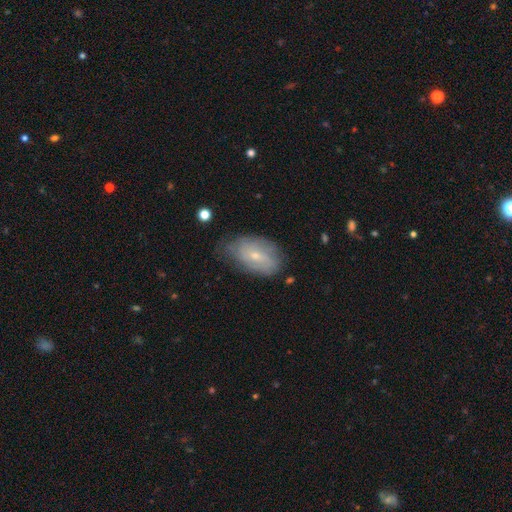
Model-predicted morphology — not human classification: Q: Smooth or featured?
A: smooth (49%); runner-up: featured or disk (43%)
Q: Merging?
A: none (59%); runner-up: minor disturbance (30%)